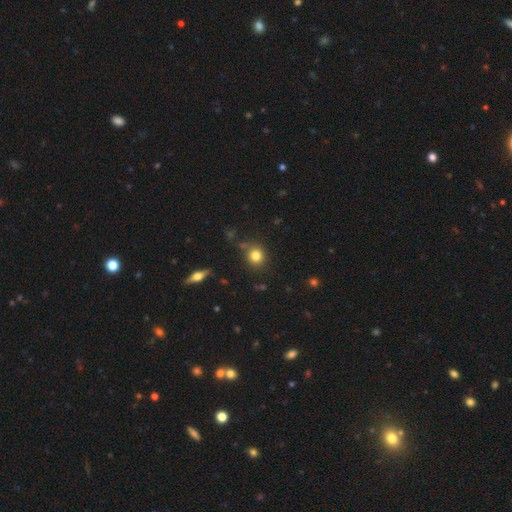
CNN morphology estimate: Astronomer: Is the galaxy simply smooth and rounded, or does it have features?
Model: smooth — 80%.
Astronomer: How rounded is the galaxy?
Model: round — 85%.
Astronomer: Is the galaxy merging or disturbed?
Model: none — 78%.